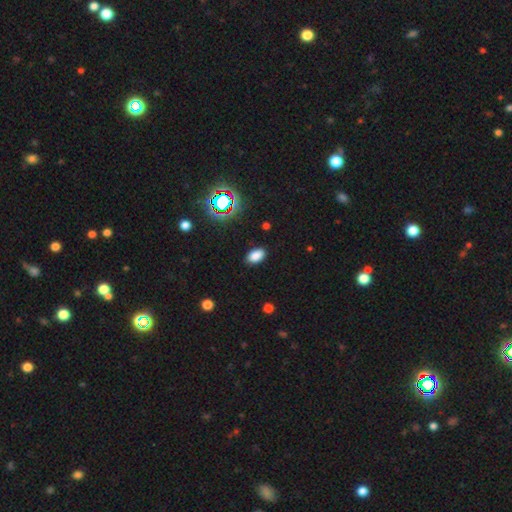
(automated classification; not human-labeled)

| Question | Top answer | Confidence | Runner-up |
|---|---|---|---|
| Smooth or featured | smooth | 82% | star or artifact (13%) |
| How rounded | in between | 92% | round (6%) |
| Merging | none | 87% | minor disturbance (10%) |